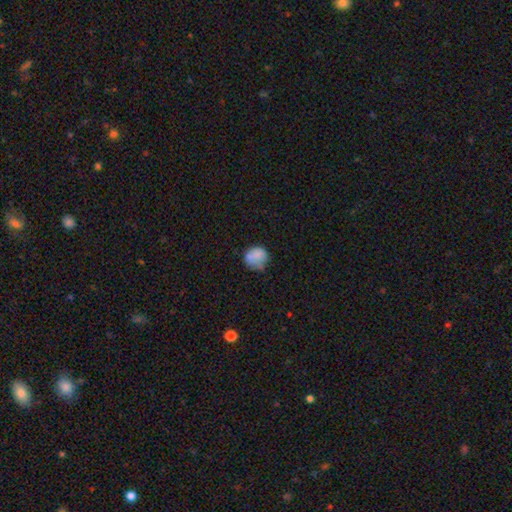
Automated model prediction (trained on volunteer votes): This appears to be a smooth galaxy with no disk features (76%) that is round (82%). Merging: none (55%).